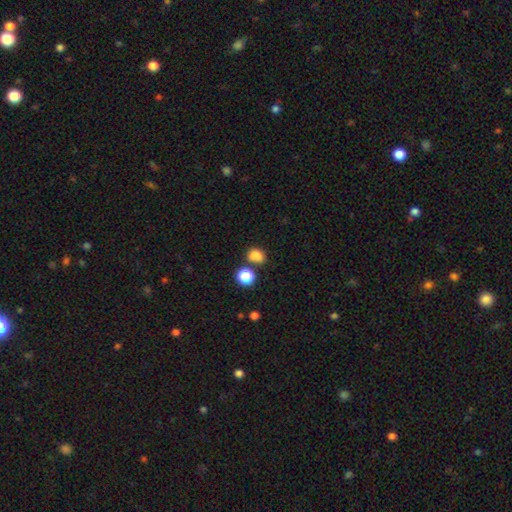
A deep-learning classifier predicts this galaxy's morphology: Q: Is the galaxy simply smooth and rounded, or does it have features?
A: smooth — 82%.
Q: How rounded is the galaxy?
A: in between — 50%.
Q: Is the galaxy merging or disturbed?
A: none — 62%.